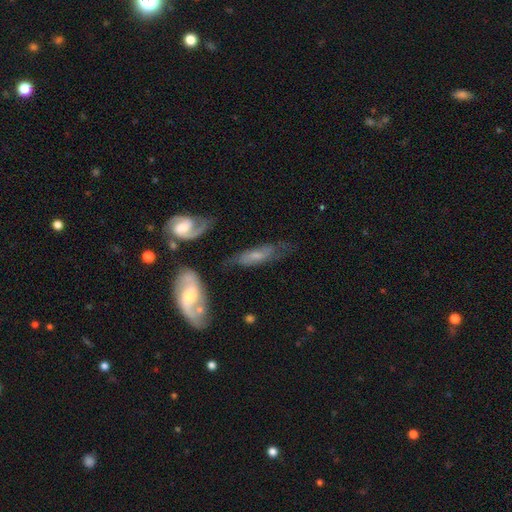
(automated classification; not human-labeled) featured or disk 54%, smooth 36%, star or artifact 9%. Down the decision tree: edge-on disk — no (72%); merging — none (59%).